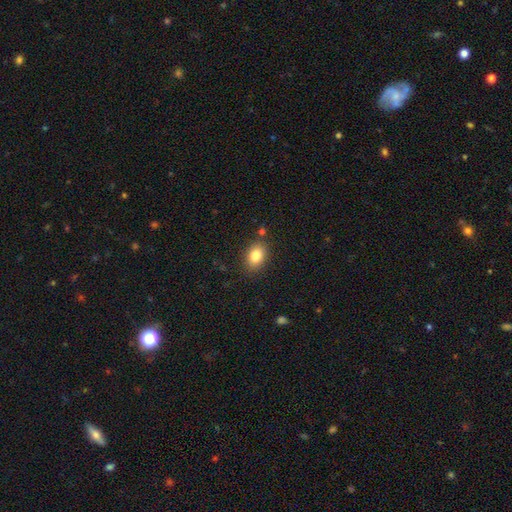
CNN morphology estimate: The model was most divided on "how rounded": in between: 76%, round: 22%, cigar-shaped: 1%. More confident: smooth or featured — smooth (83%); merging — none (83%).